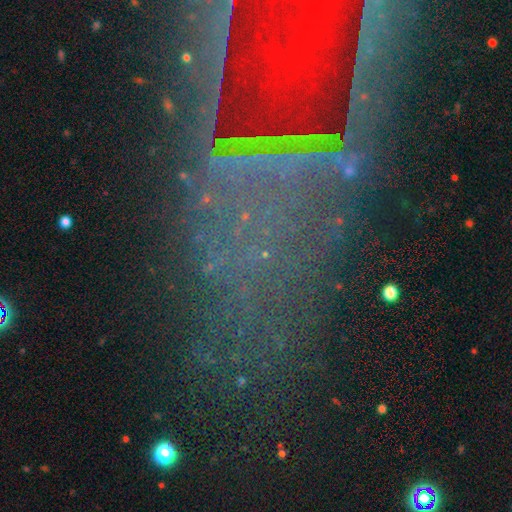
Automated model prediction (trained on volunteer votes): smooth_or_featured: star or artifact (p=0.64) [alt: featured or disk p=0.22]